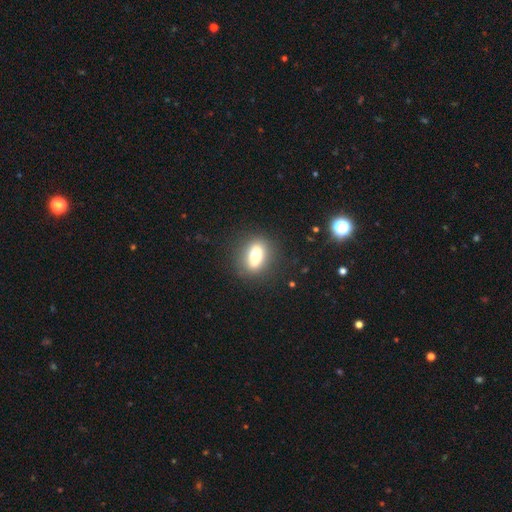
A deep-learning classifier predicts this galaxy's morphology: Overall: smooth (76%). How rounded: in between (74%). Merging: none (81%).